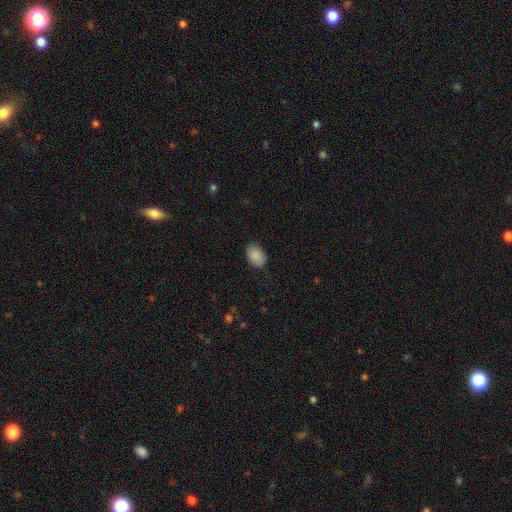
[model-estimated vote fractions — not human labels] A smooth galaxy with no disk features (88%) that is in between round and cigar-shaped (87%). Merging: none (84%).